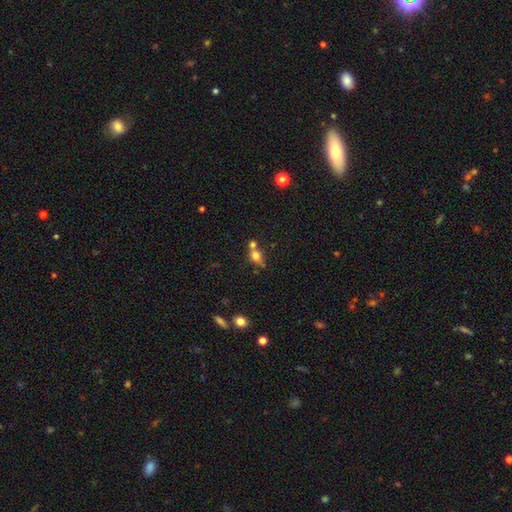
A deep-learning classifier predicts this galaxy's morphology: Smooth or featured: smooth — 71% (featured or disk — 16%)
How rounded: round — 60% (in between — 36%)
Merging: none — 46% (merger — 37%)